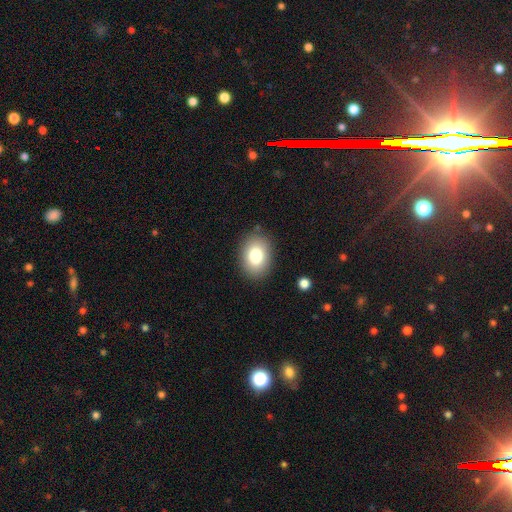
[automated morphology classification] A smooth galaxy with no disk features (81%) that is in between round and cigar-shaped (73%).

Vote fractions:
- Smooth or featured? smooth: 81% / featured or disk: 10% / star or artifact: 9%
- How rounded? in between: 73% / round: 26% / cigar-shaped: 1%
- Merging? none: 87% / minor disturbance: 9% / major disturbance: 3% / merger: 1%